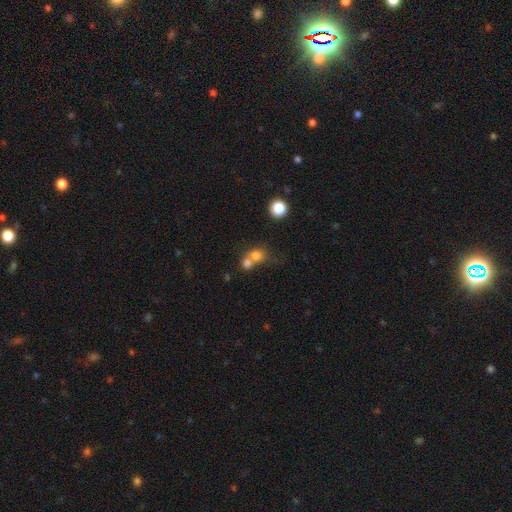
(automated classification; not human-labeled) This appears to be a smooth galaxy with no disk features (75%) that is round (75%). Merging: merger (56%).